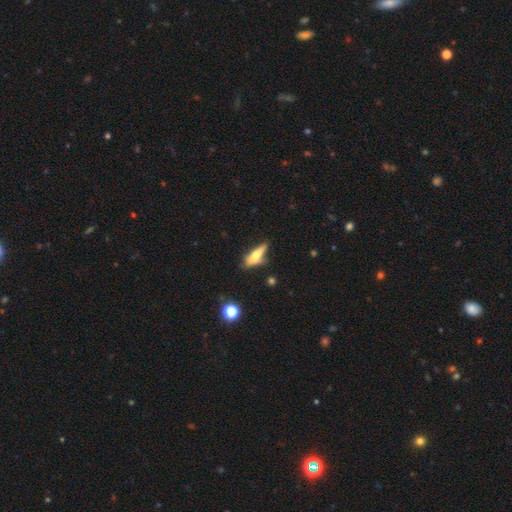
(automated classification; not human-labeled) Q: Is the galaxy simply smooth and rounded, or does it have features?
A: smooth — 56%.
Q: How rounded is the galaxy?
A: cigar-shaped — 56%.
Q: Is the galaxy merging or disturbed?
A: none — 54%.